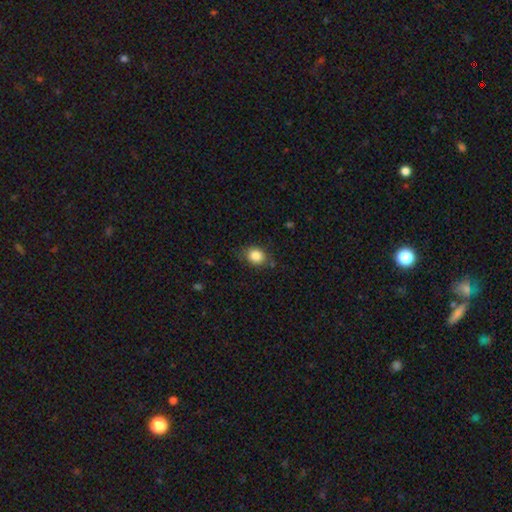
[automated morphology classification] smooth-or-featured: smooth: 85% | star or artifact: 9% | featured or disk: 6%
  how-rounded: round: 52% | in between: 47% | cigar-shaped: 1%
  merging: none: 74% | minor disturbance: 20% | major disturbance: 5% | merger: 2%